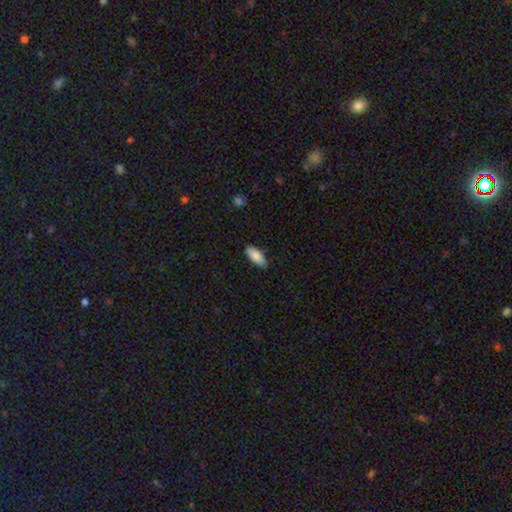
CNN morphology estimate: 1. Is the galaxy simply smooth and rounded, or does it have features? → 87% smooth, 7% featured or disk, 6% star or artifact.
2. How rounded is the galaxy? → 83% in between, 15% cigar-shaped, 2% round.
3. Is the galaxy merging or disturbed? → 85% none, 12% minor disturbance, 2% major disturbance, 1% merger.